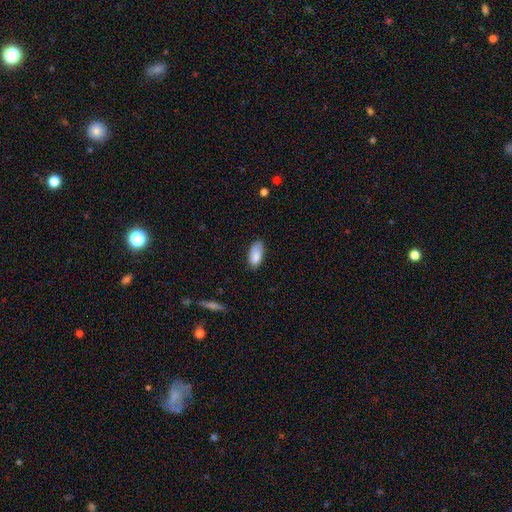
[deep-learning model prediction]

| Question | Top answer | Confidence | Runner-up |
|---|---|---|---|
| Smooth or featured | smooth | 85% | featured or disk (8%) |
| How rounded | in between | 92% | cigar-shaped (6%) |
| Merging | none | 72% | minor disturbance (23%) |